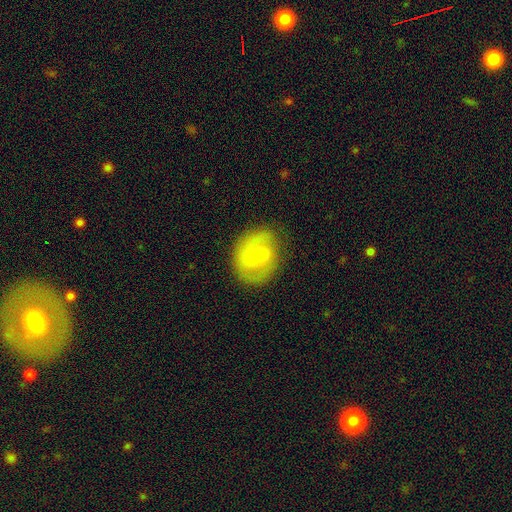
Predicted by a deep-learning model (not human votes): This appears to be a featured or disk galaxy (66%) with a weak bar (52%), 2 (80%) medium (49%) spiral arms (82%) and a small central bulge (60%). Merging: none (78%).